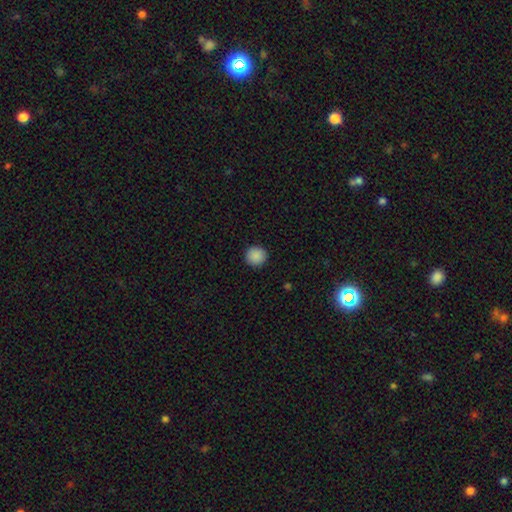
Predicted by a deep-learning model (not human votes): Smooth or featured? smooth (89%)
How rounded? round (93%)
Merging? none (92%)